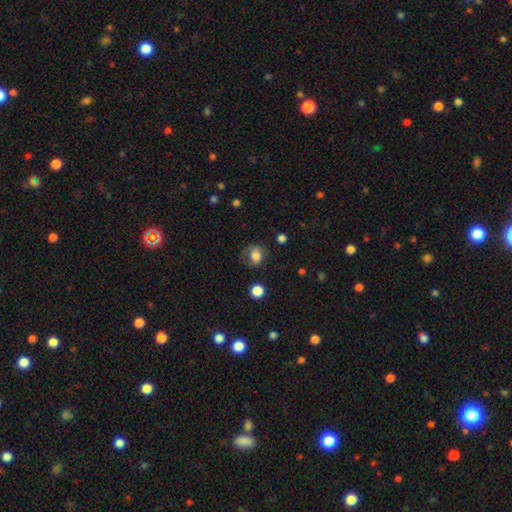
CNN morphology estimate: Smooth or featured: smooth — 79% (featured or disk — 11%)
How rounded: round — 56% (in between — 43%)
Merging: none — 63% (minor disturbance — 24%)